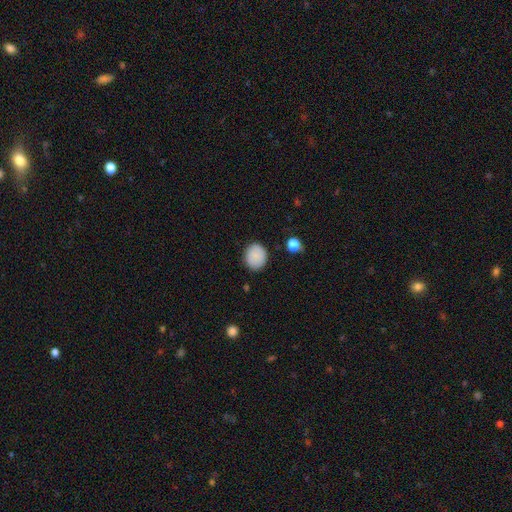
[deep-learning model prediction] Smooth or featured: smooth — 86% (star or artifact — 8%)
How rounded: round — 73% (in between — 26%)
Merging: none — 87% (minor disturbance — 9%)